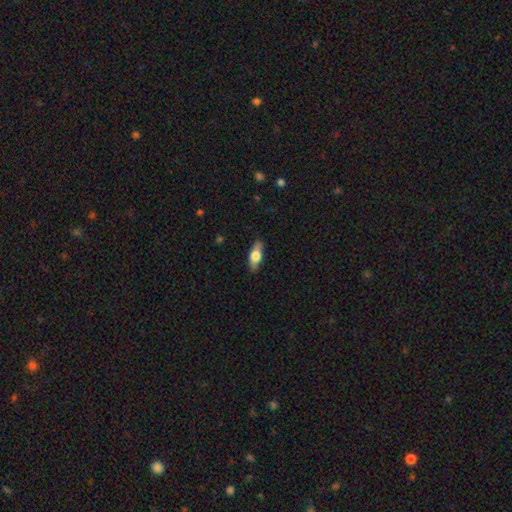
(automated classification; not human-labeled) A smooth galaxy with no disk features (67%) that is in between round and cigar-shaped (72%). Merging: none (87%).